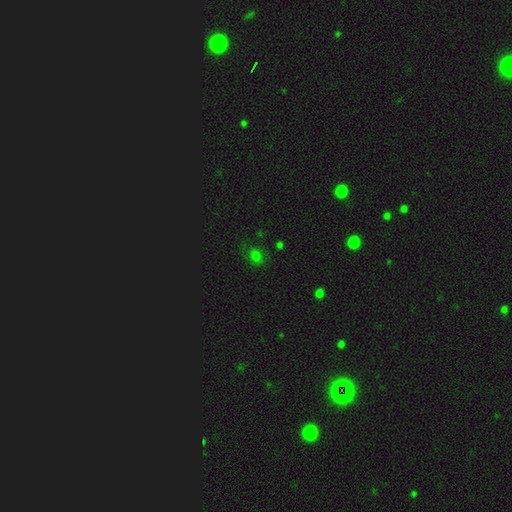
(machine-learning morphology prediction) This appears to be a smooth galaxy with no disk features (66%) that is round (62%). Merging: none (76%).